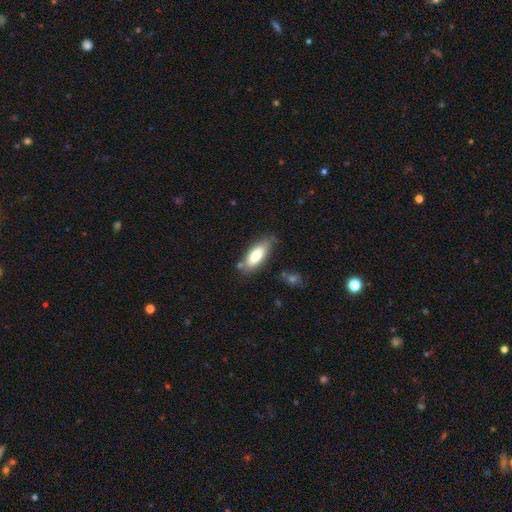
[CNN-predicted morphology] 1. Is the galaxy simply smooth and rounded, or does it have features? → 73% smooth, 21% featured or disk, 7% star or artifact.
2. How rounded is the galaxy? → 77% in between, 21% cigar-shaped, 2% round.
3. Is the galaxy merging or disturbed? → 70% none, 20% minor disturbance, 6% merger, 4% major disturbance.